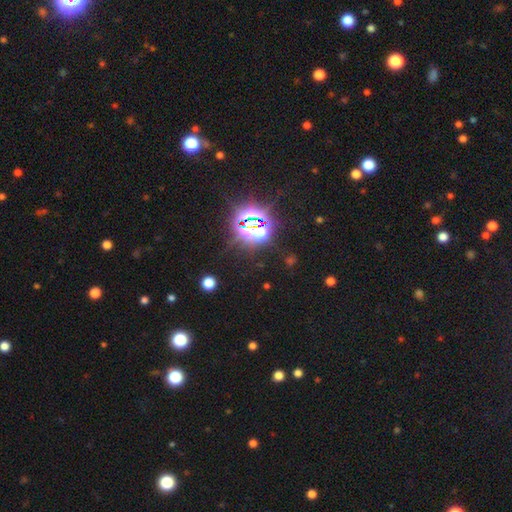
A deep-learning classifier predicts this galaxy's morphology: A star or artifact, not a galaxy (83%).